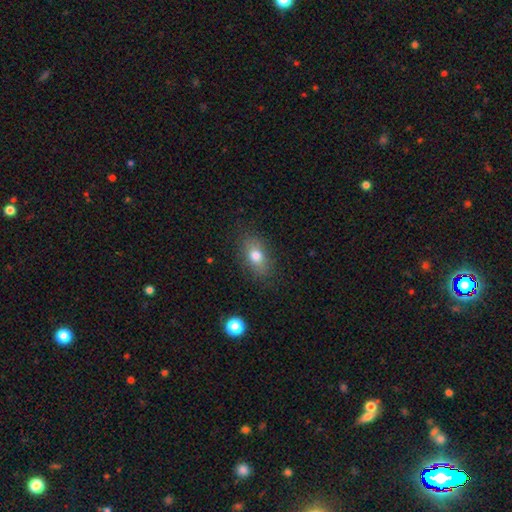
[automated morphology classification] type=smooth (76%); roundness=in between (83%); merging=none (82%).